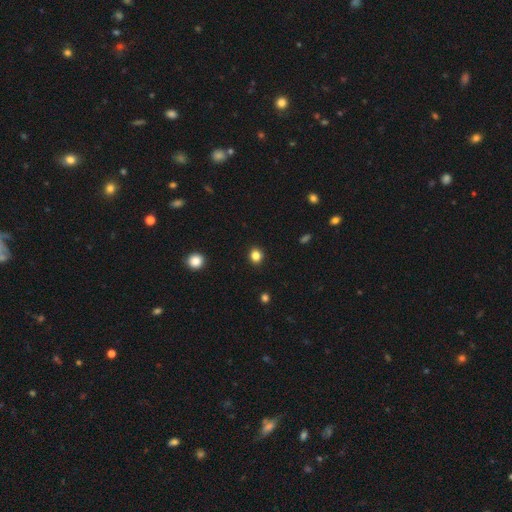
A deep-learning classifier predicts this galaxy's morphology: A smooth galaxy with no disk features (83%) that is round (83%). Merging: none (92%).